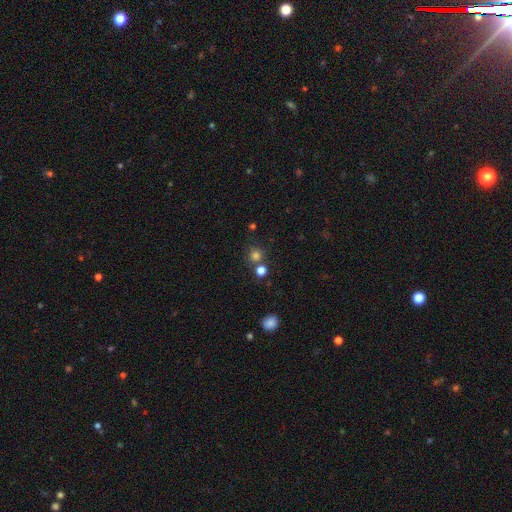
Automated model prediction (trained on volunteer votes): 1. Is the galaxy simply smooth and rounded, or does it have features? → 76% smooth, 18% star or artifact, 6% featured or disk.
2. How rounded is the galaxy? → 91% round, 8% in between, 1% cigar-shaped.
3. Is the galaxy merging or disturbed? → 73% none, 16% merger, 8% minor disturbance, 3% major disturbance.